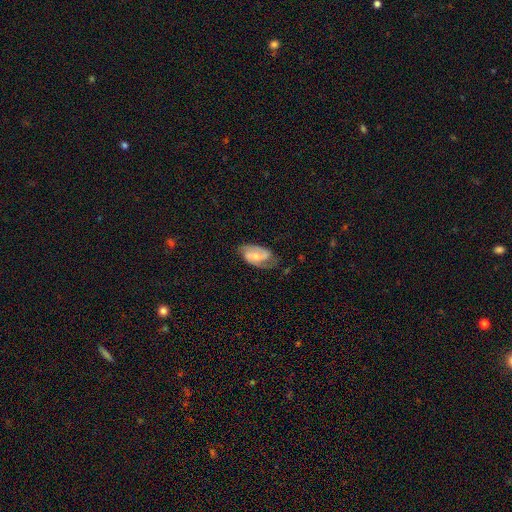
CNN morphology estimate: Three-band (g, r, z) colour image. It shows a featured or disk galaxy (76%) with a weak bar (45%), 2 (86%) medium (48%) spiral arms (93%) and a moderate central bulge (53%). Merging: none (66%).